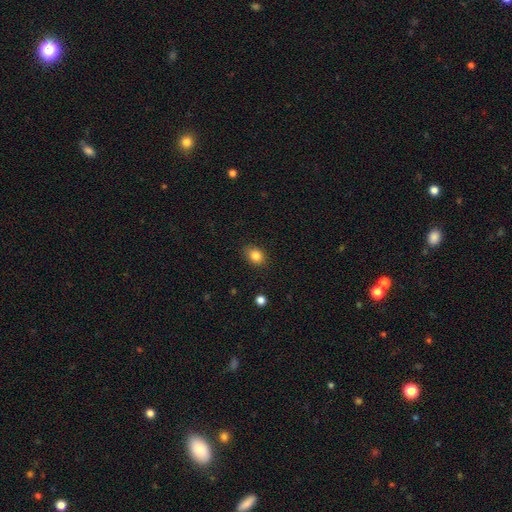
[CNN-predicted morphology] smooth-or-featured: smooth: 84% | star or artifact: 10% | featured or disk: 6%
  how-rounded: in between: 61% | round: 38% | cigar-shaped: 1%
  merging: none: 84% | minor disturbance: 12% | major disturbance: 3% | merger: 1%